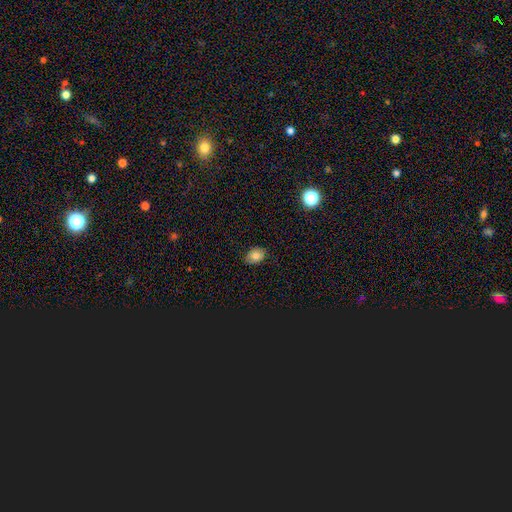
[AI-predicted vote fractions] Smooth or featured?
  - smooth: 77% *
  - featured or disk: 12%
  - star or artifact: 12%
How rounded?
  - in between: 62% *
  - round: 37%
  - cigar-shaped: 1%
Merging?
  - none: 82% *
  - minor disturbance: 14%
  - major disturbance: 2%
  - merger: 1%